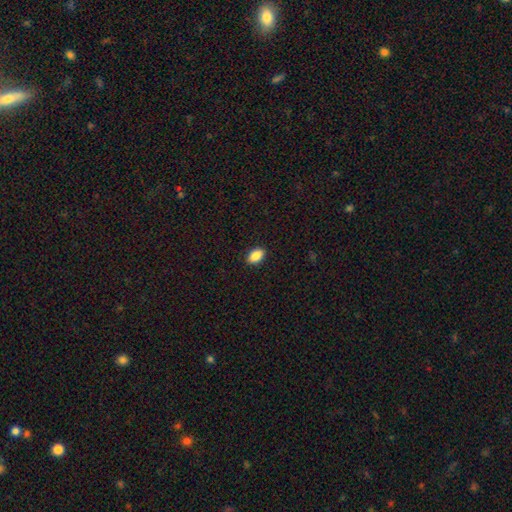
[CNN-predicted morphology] The model was most divided on "how rounded": in between: 89%, round: 9%, cigar-shaped: 2%. More confident: merging — none (91%); smooth or featured — smooth (88%).